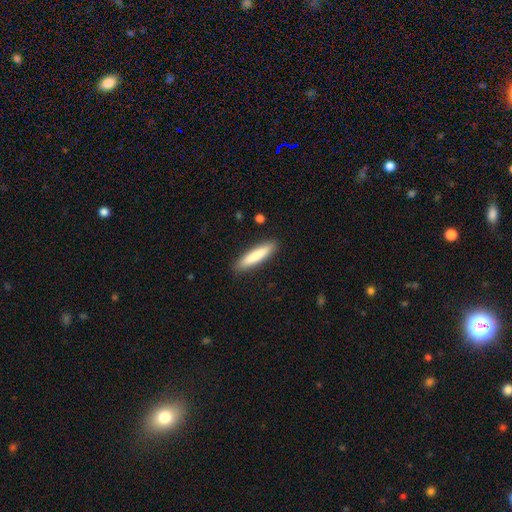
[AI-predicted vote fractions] Smooth or featured: smooth — 81% (featured or disk — 14%)
How rounded: cigar-shaped — 85% (in between — 13%)
Merging: none — 89% (minor disturbance — 8%)